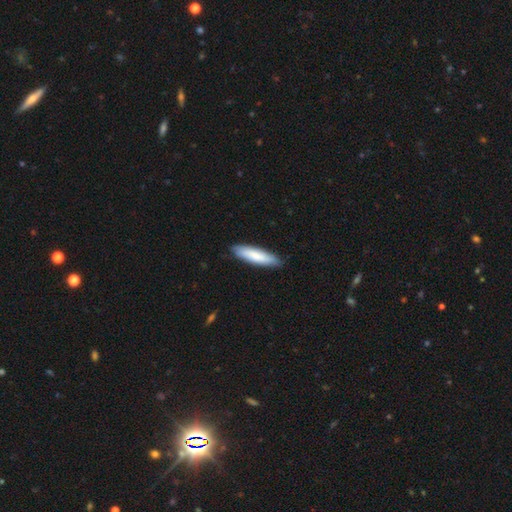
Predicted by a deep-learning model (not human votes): Morphology: type=smooth (80%); roundness=cigar-shaped (71%); merging=none (87%).